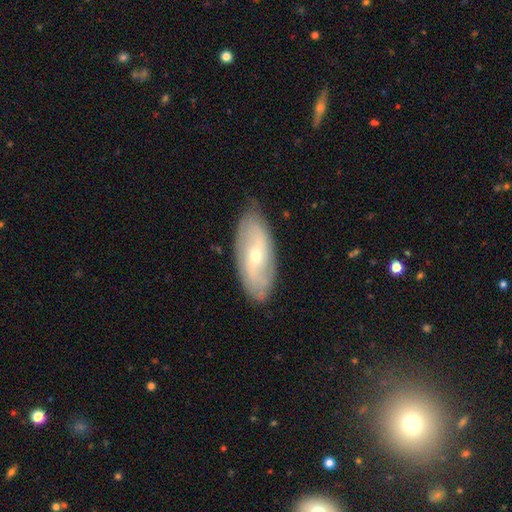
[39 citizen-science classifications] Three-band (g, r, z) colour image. It shows a featured or disk galaxy (72%) with no bar (48%), 2 (100%) loose (53%) spiral arms (81%) and a small central bulge (67%). Merging: none (77%).